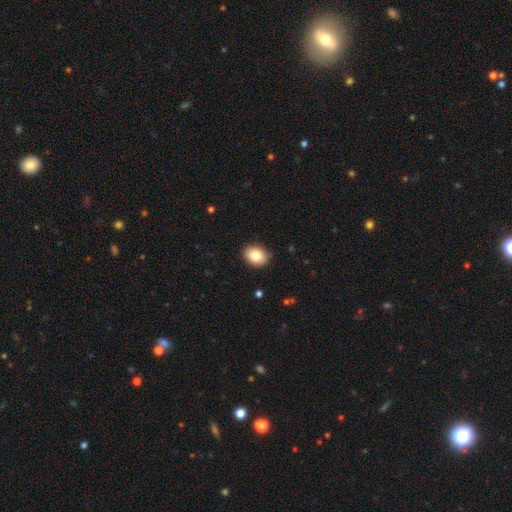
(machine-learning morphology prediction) This appears to be a smooth galaxy with no disk features (82%) that is round (50%). Merging: none (89%).